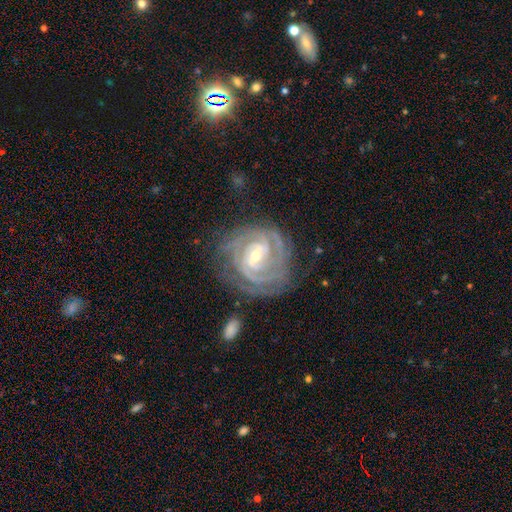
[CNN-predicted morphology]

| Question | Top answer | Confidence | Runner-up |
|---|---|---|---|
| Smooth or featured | featured or disk | 91% | star or artifact (5%) |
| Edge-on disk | no | 97% | yes (3%) |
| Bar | weak | 45% | no (33%) |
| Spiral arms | yes | 98% | no (2%) |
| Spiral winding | tight | 78% | medium (19%) |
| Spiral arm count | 3 | 28% | 2 (26%) |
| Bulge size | small | 61% | moderate (36%) |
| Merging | none | 72% | minor disturbance (18%) |